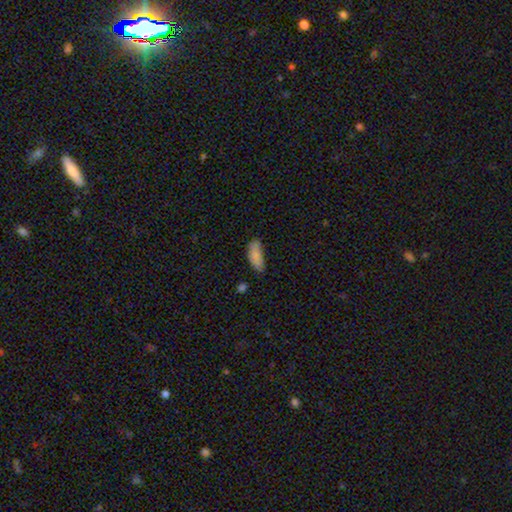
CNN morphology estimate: Q: Smooth or featured?
A: smooth (84%); runner-up: star or artifact (8%)
Q: How rounded?
A: in between (80%); runner-up: cigar-shaped (18%)
Q: Merging?
A: none (58%); runner-up: minor disturbance (31%)